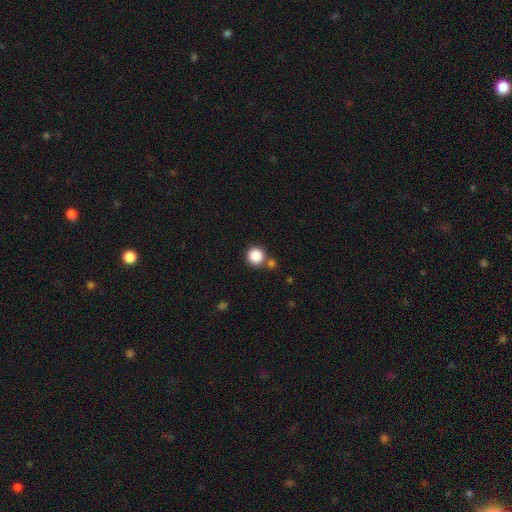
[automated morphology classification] Smooth or featured? smooth (87%)
How rounded? round (95%)
Merging? none (77%)